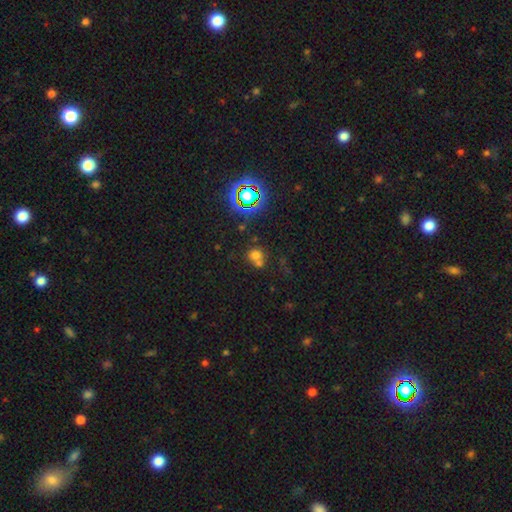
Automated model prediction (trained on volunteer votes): Smooth or featured?
  - smooth: 64% *
  - star or artifact: 24%
  - featured or disk: 11%
How rounded?
  - round: 82% *
  - in between: 17%
  - cigar-shaped: 1%
Merging?
  - none: 46% *
  - merger: 41%
  - minor disturbance: 9%
  - major disturbance: 4%